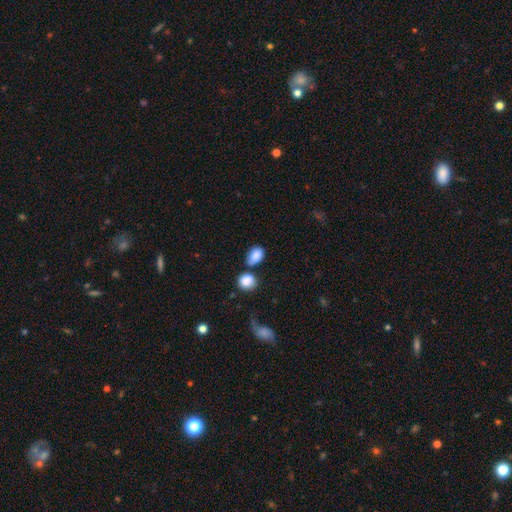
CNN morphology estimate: smooth-or-featured: smooth: 85% | star or artifact: 8% | featured or disk: 6%
  how-rounded: in between: 78% | round: 20% | cigar-shaped: 2%
  merging: none: 49% | merger: 25% | minor disturbance: 19% | major disturbance: 6%